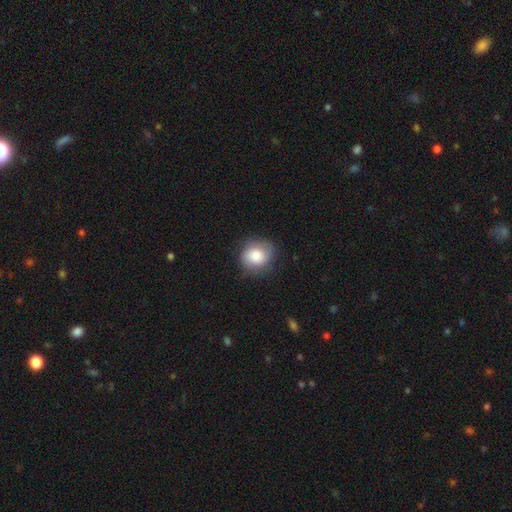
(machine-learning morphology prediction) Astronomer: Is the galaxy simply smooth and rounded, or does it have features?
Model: smooth — 82%.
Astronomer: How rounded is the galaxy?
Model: round — 76%.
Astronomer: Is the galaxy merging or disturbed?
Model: none — 78%.